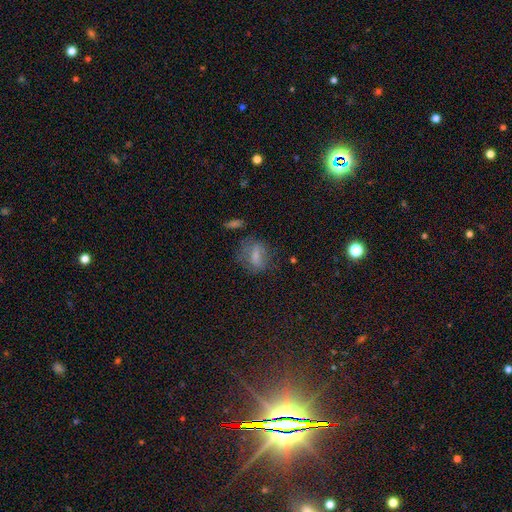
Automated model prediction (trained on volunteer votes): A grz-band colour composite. It shows a smooth galaxy with no disk features (60%) that is in between round and cigar-shaped (55%). Merging: none (56%).